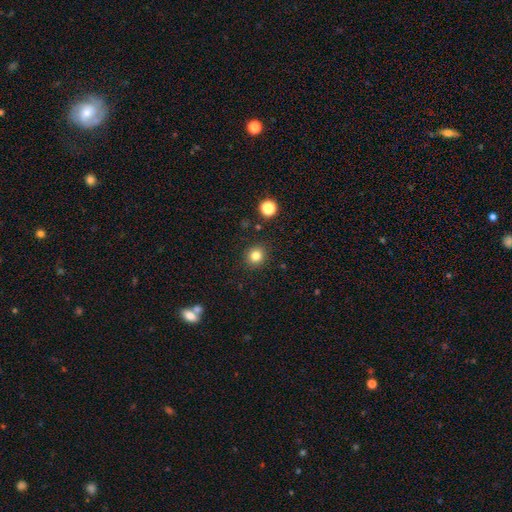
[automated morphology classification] smooth-or-featured: smooth: 82% | star or artifact: 13% | featured or disk: 6%
  how-rounded: round: 88% | in between: 11% | cigar-shaped: 1%
  merging: none: 90% | minor disturbance: 6% | major disturbance: 2% | merger: 2%